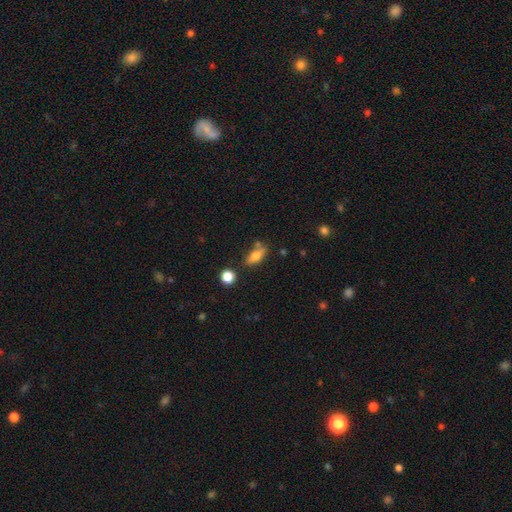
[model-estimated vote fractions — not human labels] The model was most divided on "how rounded": in between: 70%, cigar-shaped: 26%, round: 5%. More confident: smooth or featured — smooth (68%); merging — none (68%).